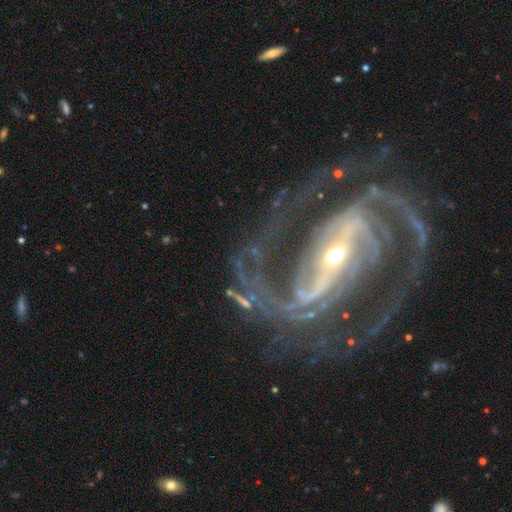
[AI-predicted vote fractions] This is clearly a featured or disk galaxy (94%). It is clearly not viewed edge-on (97%). Bar: likely strong (75%). Spiral arm pattern: clearly yes (98%). Spiral arm count: likely 2 (80%). Spiral winding: possibly medium (57%). Central bulge: likely small (66%). Merging: likely none (73%).